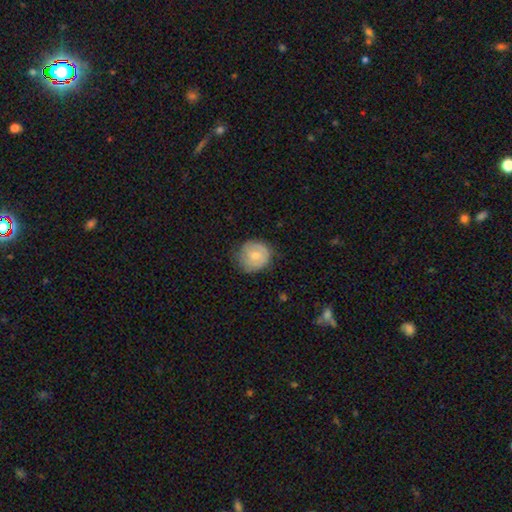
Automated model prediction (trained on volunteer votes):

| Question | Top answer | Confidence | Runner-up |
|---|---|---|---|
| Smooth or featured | smooth | 61% | featured or disk (33%) |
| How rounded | round | 86% | in between (13%) |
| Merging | none | 65% | minor disturbance (27%) |